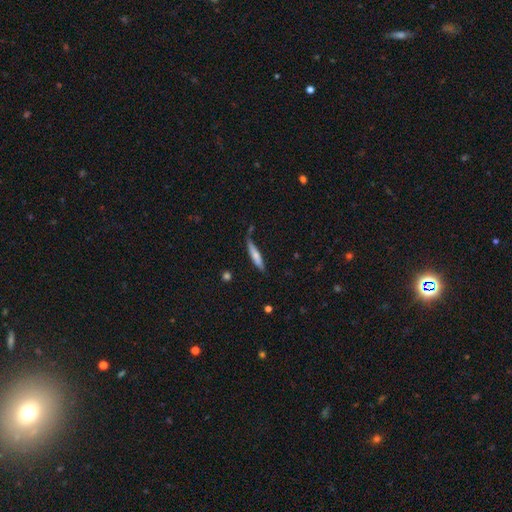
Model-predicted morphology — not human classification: Smooth or featured?
  - smooth: 63% *
  - featured or disk: 31%
  - star or artifact: 6%
How rounded?
  - cigar-shaped: 88% *
  - in between: 10%
  - round: 2%
Merging?
  - none: 69% *
  - minor disturbance: 22%
  - major disturbance: 5%
  - merger: 4%